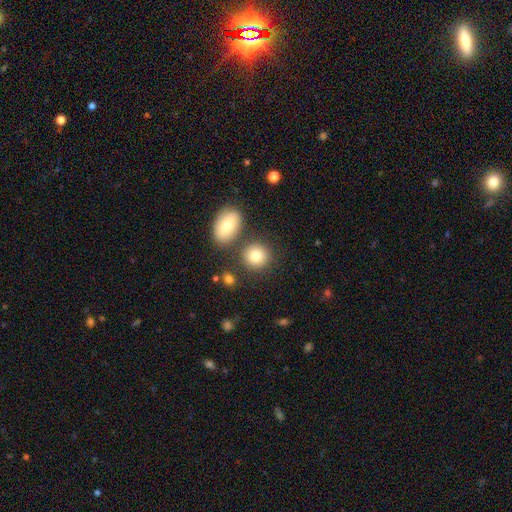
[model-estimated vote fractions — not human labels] A smooth galaxy with no disk features (82%) that is round (81%). Merging: none (74%).